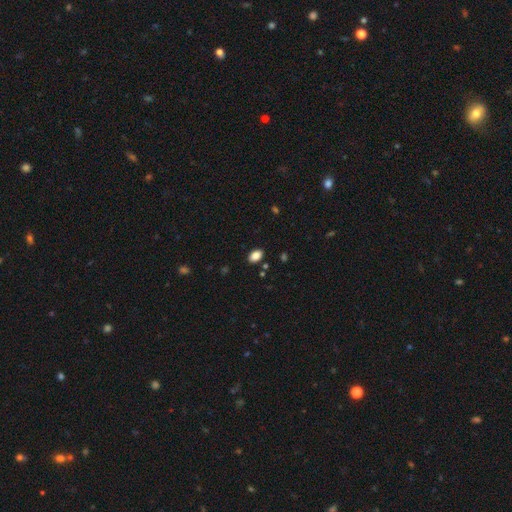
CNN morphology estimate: Smooth or featured?
  - smooth: 86% *
  - star or artifact: 9%
  - featured or disk: 4%
How rounded?
  - in between: 89% *
  - round: 10%
  - cigar-shaped: 1%
Merging?
  - none: 87% *
  - minor disturbance: 9%
  - major disturbance: 2%
  - merger: 2%